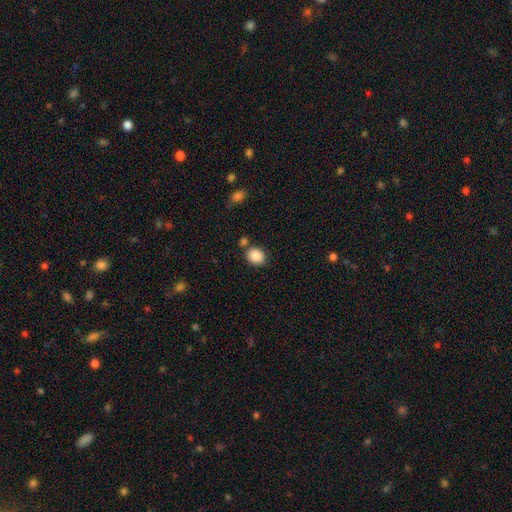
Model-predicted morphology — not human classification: The model was most divided on "how rounded": round: 65%, in between: 34%, cigar-shaped: 1%. More confident: smooth or featured — smooth (88%); merging — none (73%).